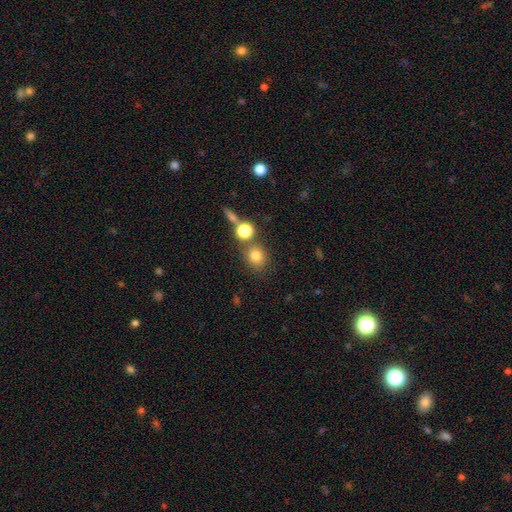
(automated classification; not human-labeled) Smooth or featured?
  - smooth: 77% *
  - star or artifact: 15%
  - featured or disk: 8%
How rounded?
  - round: 79% *
  - in between: 19%
  - cigar-shaped: 1%
Merging?
  - none: 71% *
  - merger: 16%
  - minor disturbance: 9%
  - major disturbance: 4%